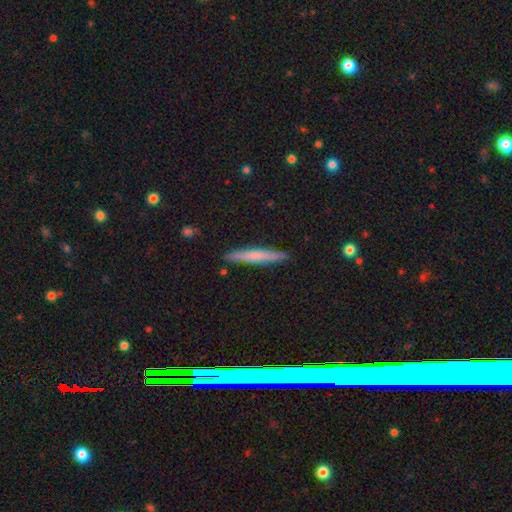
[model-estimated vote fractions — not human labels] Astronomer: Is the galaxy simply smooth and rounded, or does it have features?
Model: smooth — 61%.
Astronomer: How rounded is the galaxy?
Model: cigar-shaped — 94%.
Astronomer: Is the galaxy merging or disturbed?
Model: none — 89%.